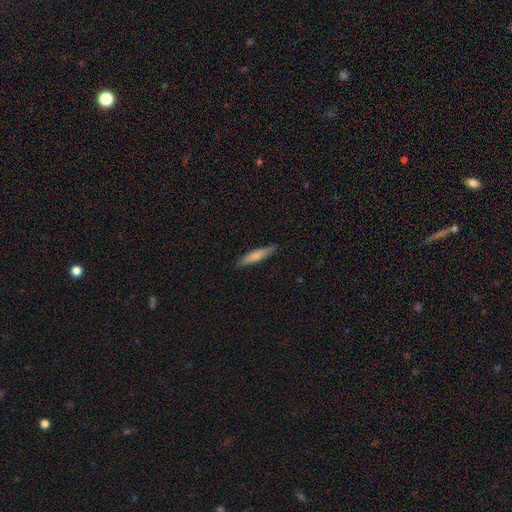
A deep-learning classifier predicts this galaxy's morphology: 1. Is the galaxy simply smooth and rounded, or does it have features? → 74% smooth, 20% featured or disk, 6% star or artifact.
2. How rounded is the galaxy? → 86% cigar-shaped, 12% in between, 1% round.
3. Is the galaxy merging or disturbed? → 87% none, 10% minor disturbance, 2% major disturbance, 1% merger.